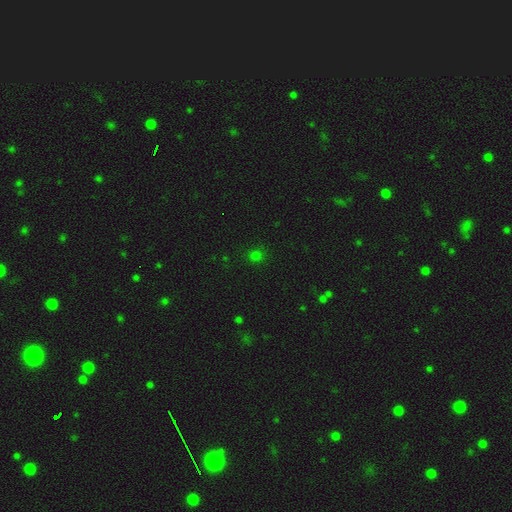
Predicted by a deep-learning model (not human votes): Smooth or featured? Predicted: smooth (p=0.72). How rounded? Predicted: round (p=0.84). Merging? Predicted: none (p=0.88).